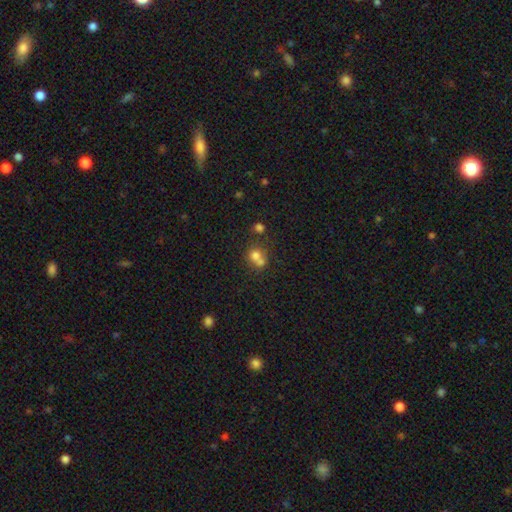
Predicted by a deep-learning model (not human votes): A smooth galaxy with no disk features (70%) that is round (76%). Merging: merger (54%).